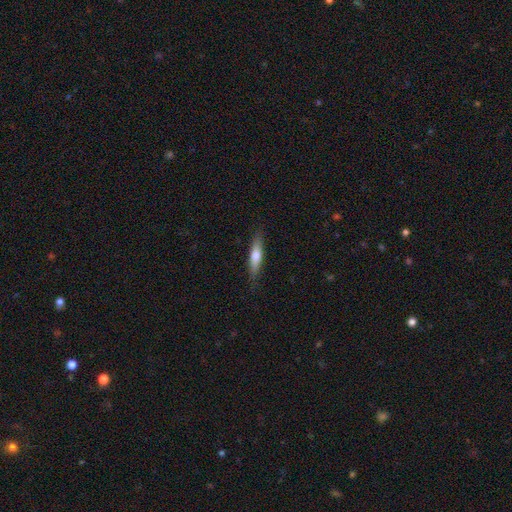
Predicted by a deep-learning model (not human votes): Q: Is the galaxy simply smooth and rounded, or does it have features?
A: smooth — 59%.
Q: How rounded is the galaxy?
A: cigar-shaped — 75%.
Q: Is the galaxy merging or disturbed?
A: none — 84%.